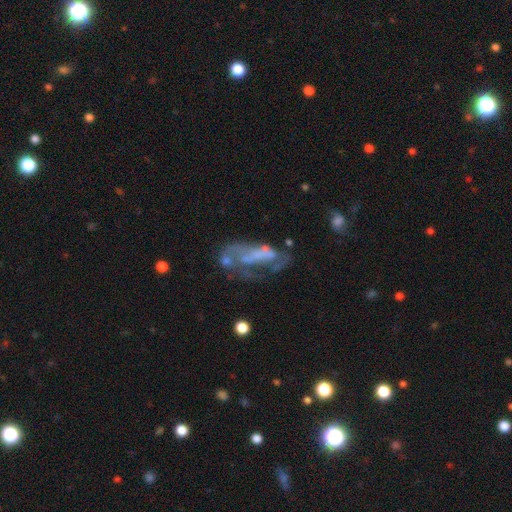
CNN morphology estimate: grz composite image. It shows a featured or disk galaxy (62%) with no bar (72%), no spiral arms (67%) and no central bulge (67%). Merging: major disturbance (40%).